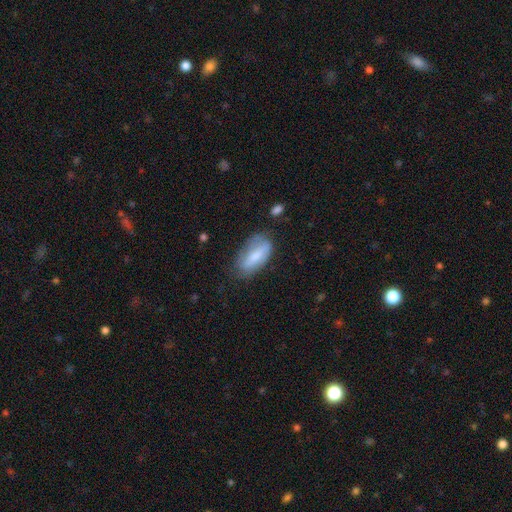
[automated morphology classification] The model was most divided on "smooth or featured": smooth: 62%, featured or disk: 31%, star or artifact: 7%. More confident: how rounded — in between (85%); merging — none (62%).